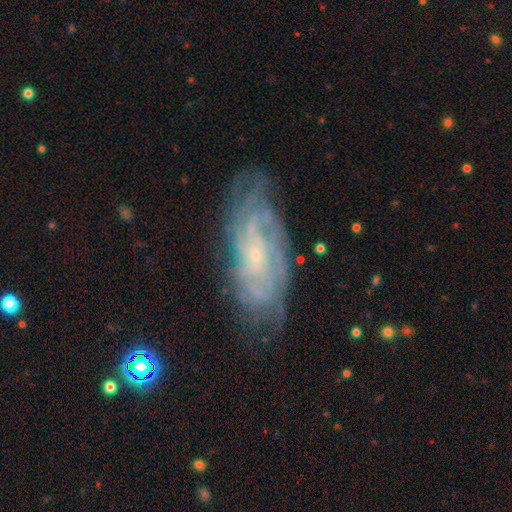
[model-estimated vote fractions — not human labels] Q: Smooth or featured?
A: featured or disk (81%); runner-up: smooth (12%)
Q: Edge-on disk?
A: no (91%); runner-up: yes (9%)
Q: Bar?
A: no (70%); runner-up: weak (24%)
Q: Spiral arms?
A: yes (93%); runner-up: no (7%)
Q: Spiral winding?
A: tight (70%); runner-up: medium (24%)
Q: Spiral arm count?
A: can't tell (46%); runner-up: 4 (15%)
Q: Bulge size?
A: small (83%); runner-up: moderate (11%)
Q: Merging?
A: none (73%); runner-up: minor disturbance (19%)